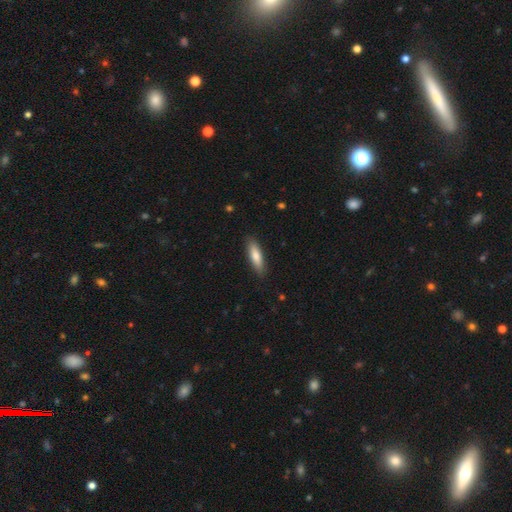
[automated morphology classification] smooth_or_featured: smooth (p=0.79) [alt: featured or disk p=0.16]
how_rounded: cigar-shaped (p=0.59) [alt: in between p=0.40]
merging: none (p=0.88) [alt: minor disturbance p=0.09]